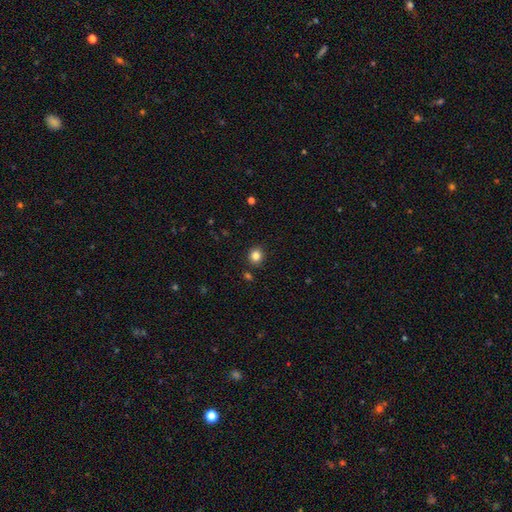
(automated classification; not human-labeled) Smooth or featured?
  - smooth: 83% *
  - star or artifact: 12%
  - featured or disk: 5%
How rounded?
  - round: 85% *
  - in between: 14%
  - cigar-shaped: 1%
Merging?
  - none: 88% *
  - minor disturbance: 7%
  - merger: 3%
  - major disturbance: 2%